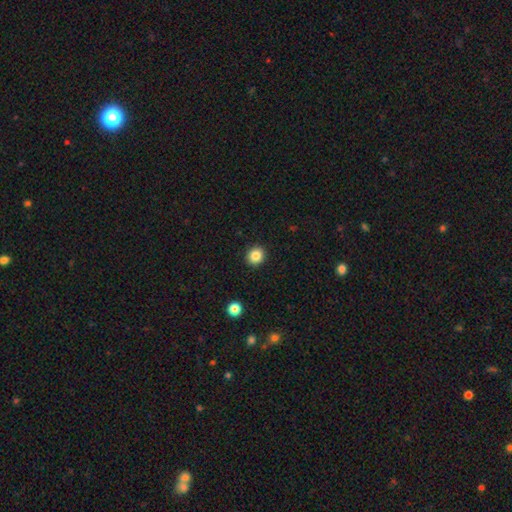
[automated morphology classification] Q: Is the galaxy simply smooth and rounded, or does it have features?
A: smooth — 85%.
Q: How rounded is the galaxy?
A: round — 82%.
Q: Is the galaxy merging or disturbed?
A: none — 92%.